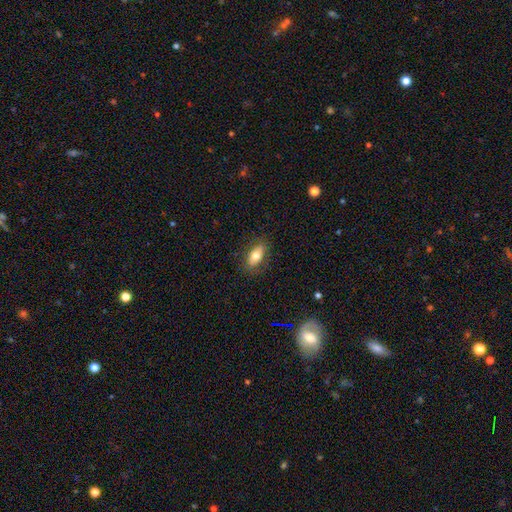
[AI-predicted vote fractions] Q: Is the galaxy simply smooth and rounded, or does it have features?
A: smooth — 70%.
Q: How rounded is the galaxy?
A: in between — 88%.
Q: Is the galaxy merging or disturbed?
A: none — 81%.